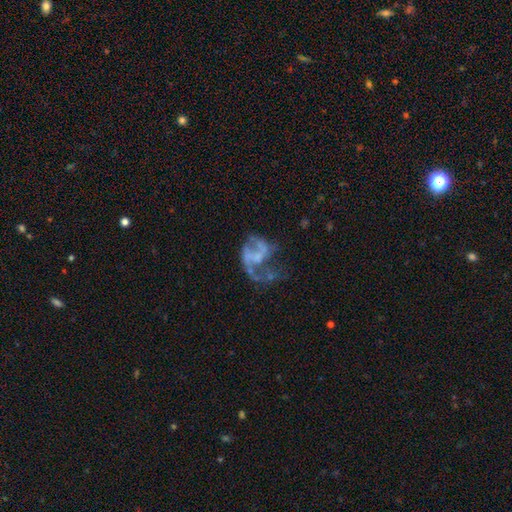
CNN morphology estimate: This appears to be a featured or disk galaxy (70%) with no bar (73%), no spiral arms (52%) and no central bulge (61%). Merging: major disturbance (48%).